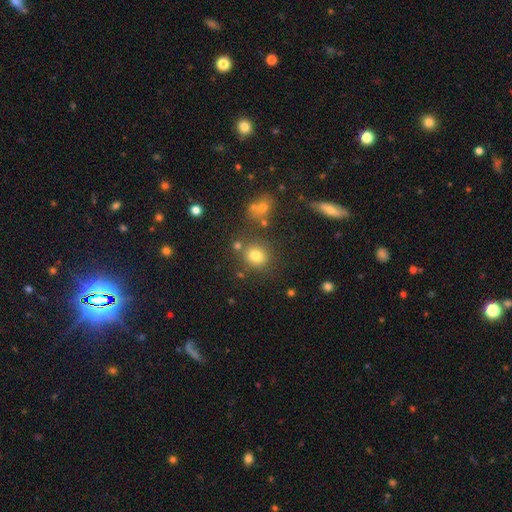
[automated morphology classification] A smooth galaxy with no disk features (77%) that is round (84%). Merging: none (77%).